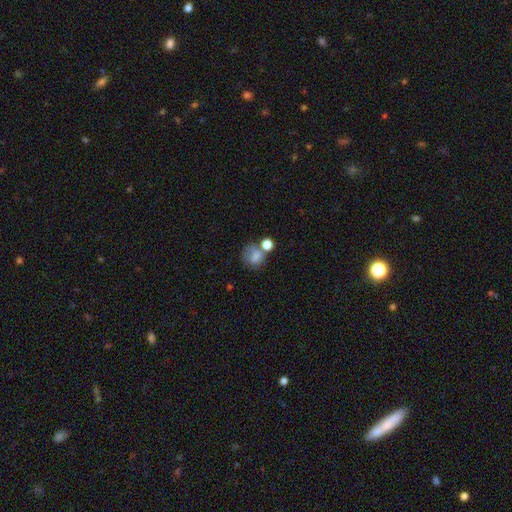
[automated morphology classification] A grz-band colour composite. It shows a smooth galaxy with no disk features (72%) that is round (70%). Merging: none (41%).